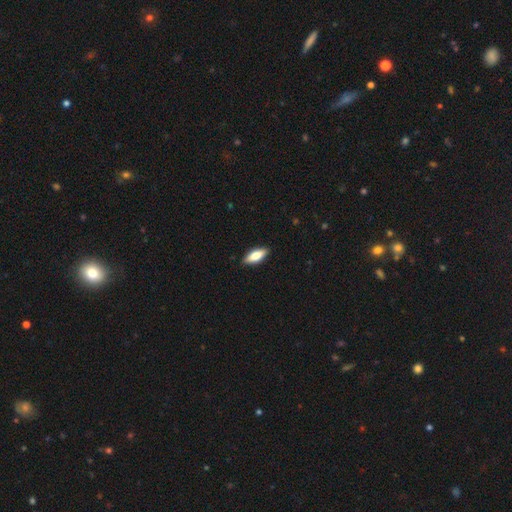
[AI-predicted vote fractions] This is likely a smooth galaxy (72%). How rounded: likely in between (70%). Merging: clearly none (89%).